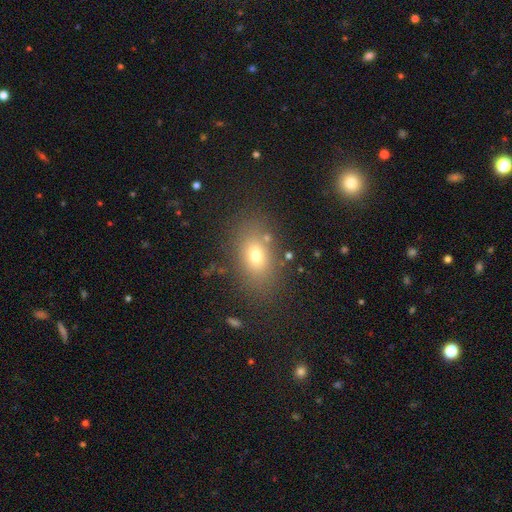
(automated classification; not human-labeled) Smooth or featured? Predicted: smooth (p=0.72). How rounded? Predicted: in between (p=0.78). Merging? Predicted: none (p=0.81).